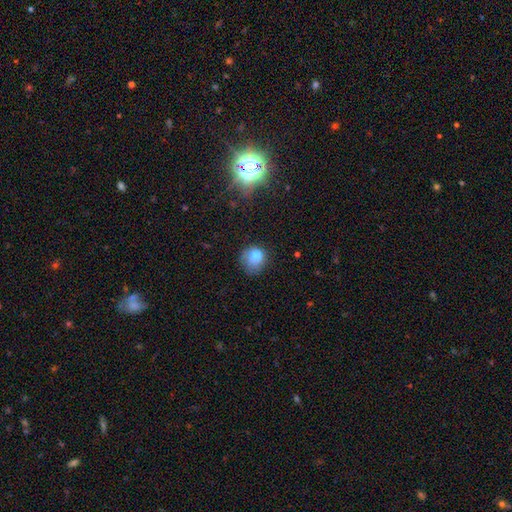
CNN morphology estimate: Q: Smooth or featured?
A: smooth (76%); runner-up: star or artifact (12%)
Q: How rounded?
A: round (80%); runner-up: in between (19%)
Q: Merging?
A: none (63%); runner-up: minor disturbance (26%)